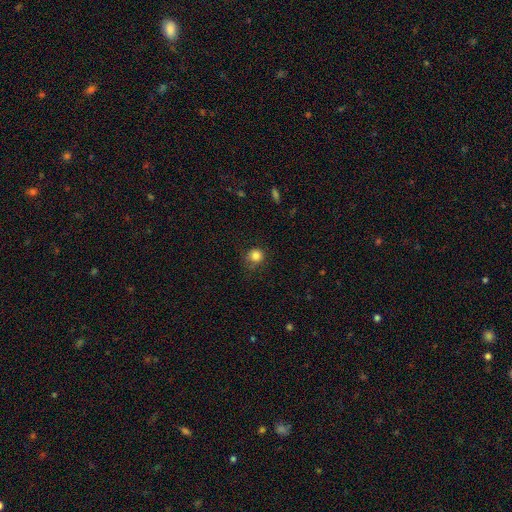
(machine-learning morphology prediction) Smooth or featured? Predicted: smooth (p=0.84). How rounded? Predicted: round (p=0.90). Merging? Predicted: none (p=0.73).